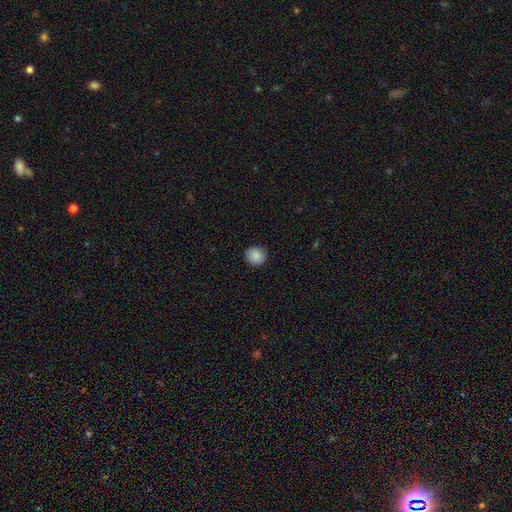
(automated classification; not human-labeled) Morphology: type=smooth (87%); roundness=round (84%); merging=none (87%).